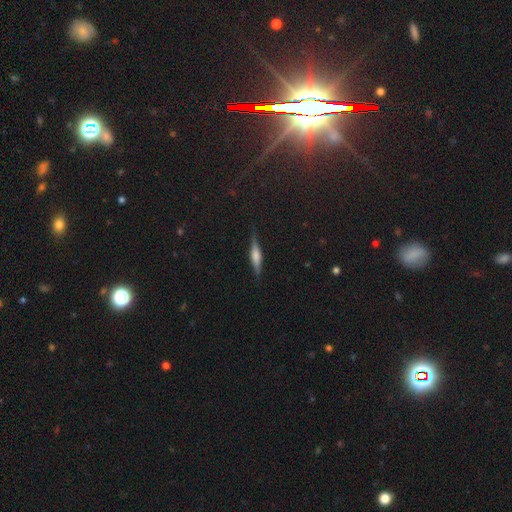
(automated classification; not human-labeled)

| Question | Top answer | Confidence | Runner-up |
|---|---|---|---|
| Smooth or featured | featured or disk | 61% | smooth (30%) |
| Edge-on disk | yes | 96% | no (4%) |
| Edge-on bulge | rounded | 66% | boxy (25%) |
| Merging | none | 86% | minor disturbance (10%) |